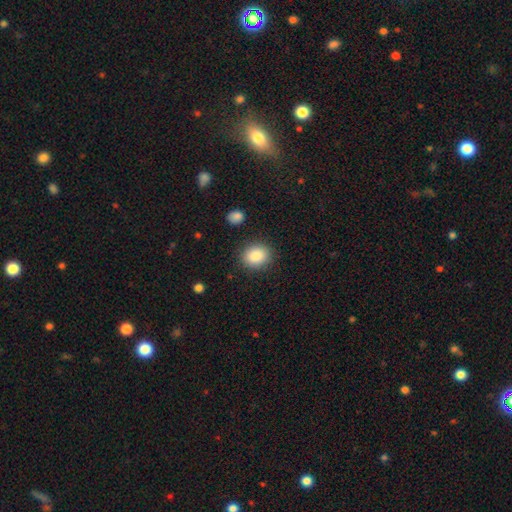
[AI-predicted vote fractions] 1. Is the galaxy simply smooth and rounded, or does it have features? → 87% smooth, 8% star or artifact, 5% featured or disk.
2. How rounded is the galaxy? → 64% round, 35% in between, 1% cigar-shaped.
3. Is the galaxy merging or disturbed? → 87% none, 8% minor disturbance, 3% major disturbance, 2% merger.